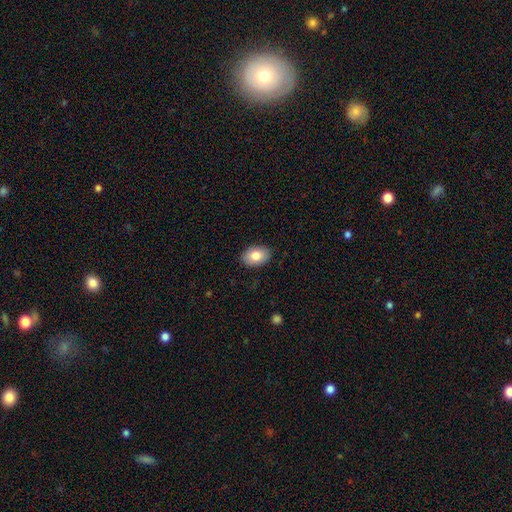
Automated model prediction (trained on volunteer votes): A smooth galaxy with no disk features (81%) that is in between round and cigar-shaped (83%).

Vote fractions:
- Smooth or featured? smooth: 81% / featured or disk: 12% / star or artifact: 7%
- How rounded? in between: 83% / round: 15% / cigar-shaped: 1%
- Merging? none: 88% / minor disturbance: 9% / major disturbance: 2% / merger: 1%